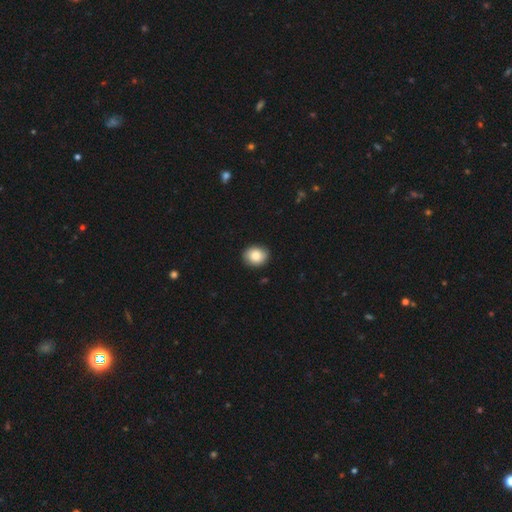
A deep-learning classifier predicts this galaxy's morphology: Smooth or featured?
  - smooth: 86% *
  - star or artifact: 7%
  - featured or disk: 7%
How rounded?
  - round: 67% *
  - in between: 32%
  - cigar-shaped: 1%
Merging?
  - none: 86% *
  - minor disturbance: 11%
  - major disturbance: 2%
  - merger: 1%